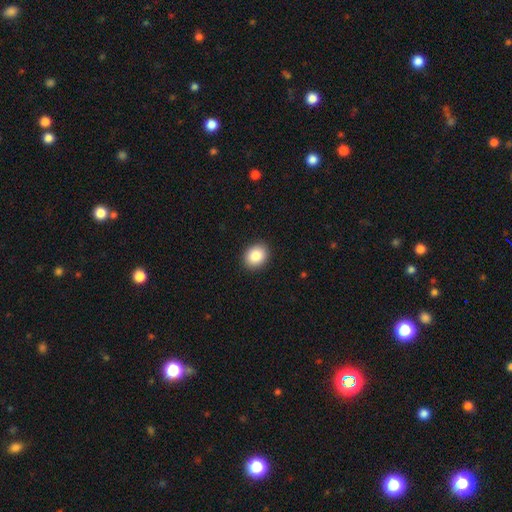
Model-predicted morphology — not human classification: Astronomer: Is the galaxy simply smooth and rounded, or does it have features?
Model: smooth — 87%.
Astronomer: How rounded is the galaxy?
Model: round — 51% (runner-up: in between, 48%).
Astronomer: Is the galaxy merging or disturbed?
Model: none — 91%.